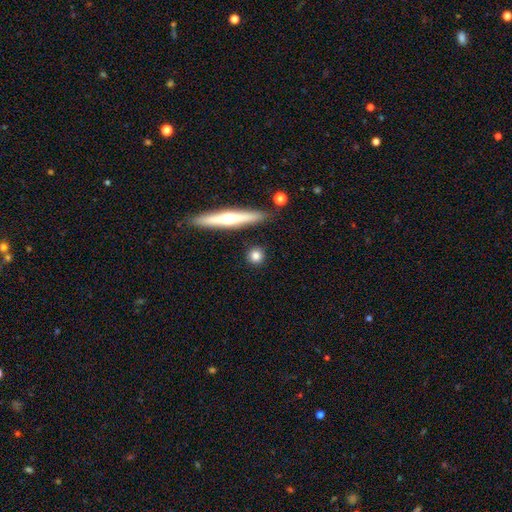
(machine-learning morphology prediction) Smooth or featured: smooth — 77% (featured or disk — 16%)
How rounded: round — 77% (in between — 13%)
Merging: none — 88% (minor disturbance — 7%)